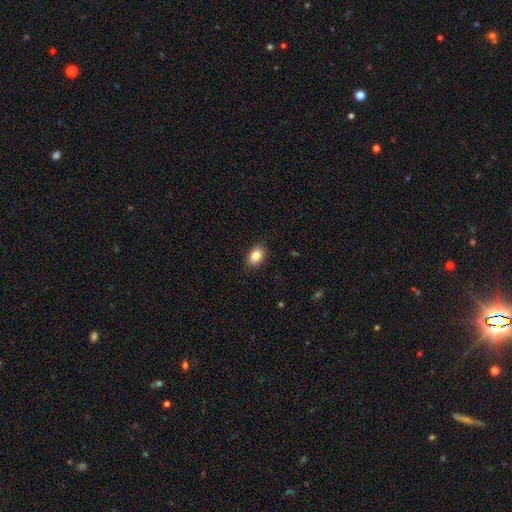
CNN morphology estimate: This appears to be a smooth galaxy with no disk features (85%) that is in between round and cigar-shaped (80%). Merging: none (88%).